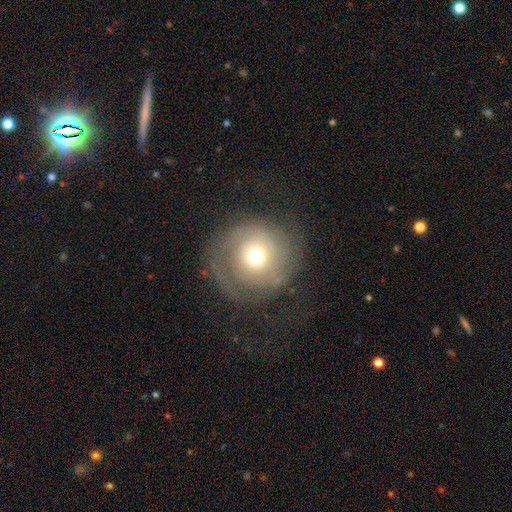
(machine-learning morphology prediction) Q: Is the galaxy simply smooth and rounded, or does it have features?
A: featured or disk — 53%.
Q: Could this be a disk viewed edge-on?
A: no — 97%.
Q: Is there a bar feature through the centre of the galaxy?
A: no — 84%.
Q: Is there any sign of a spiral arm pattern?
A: yes — 72%.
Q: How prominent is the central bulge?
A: moderate — 62%.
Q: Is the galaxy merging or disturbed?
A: none — 65%.